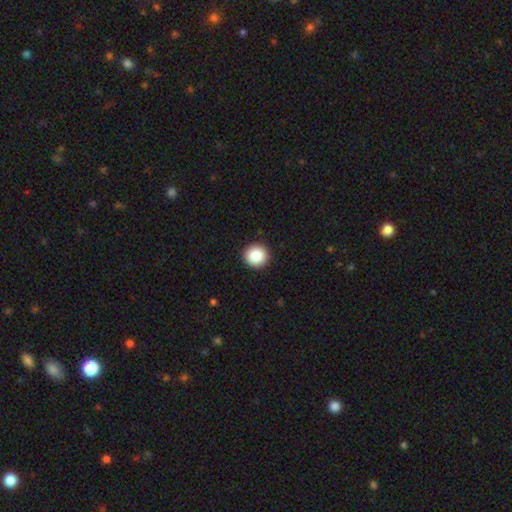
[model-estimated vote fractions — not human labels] This is clearly a smooth galaxy (88%). How rounded: clearly round (94%). Merging: clearly none (93%).